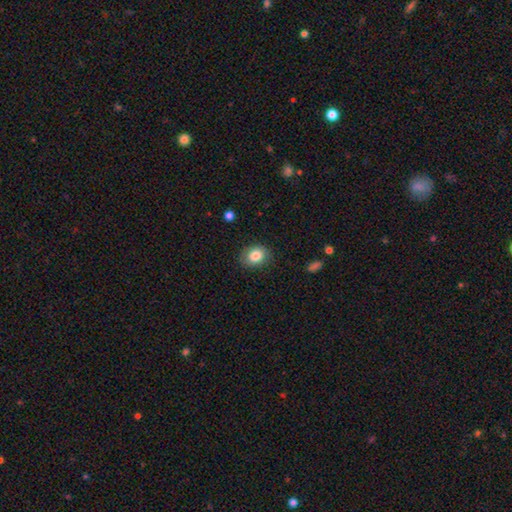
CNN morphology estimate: smooth 84%, star or artifact 8%, featured or disk 8%. Down the decision tree: how rounded — in between (55%); merging — none (82%).